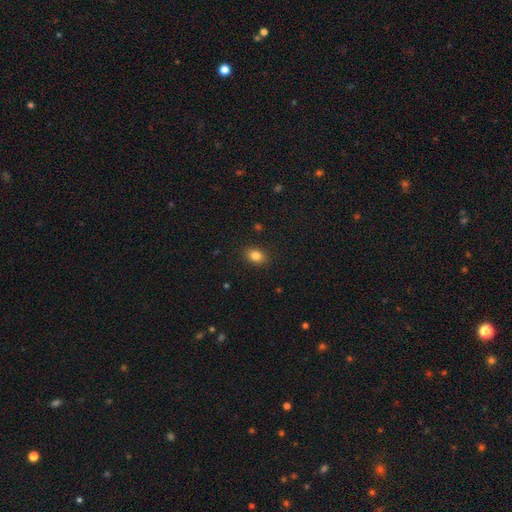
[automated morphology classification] smooth 84%, star or artifact 10%, featured or disk 6%. Down the decision tree: how rounded — in between (70%); merging — none (88%).